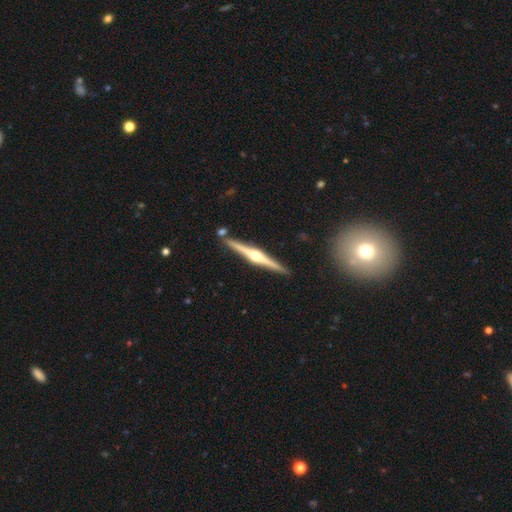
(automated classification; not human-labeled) A featured or disk galaxy (85%) viewed edge-on (99%) with a rounded central bulge (95%).

Vote fractions:
- Smooth or featured? featured or disk: 85% / smooth: 10% / star or artifact: 5%
- Edge-on disk? yes: 99% / no: 1%
- Edge-on bulge? rounded: 95% / boxy: 3% / none: 2%
- Merging? none: 89% / minor disturbance: 6% / merger: 3% / major disturbance: 1%